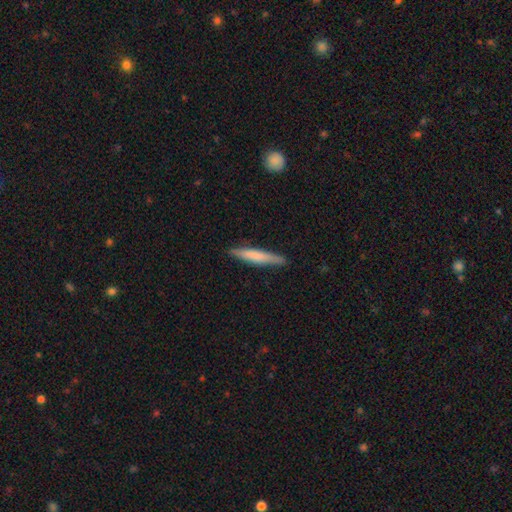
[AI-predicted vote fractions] A smooth galaxy with no disk features (67%) that is cigar-shaped (94%). Merging: none (89%).